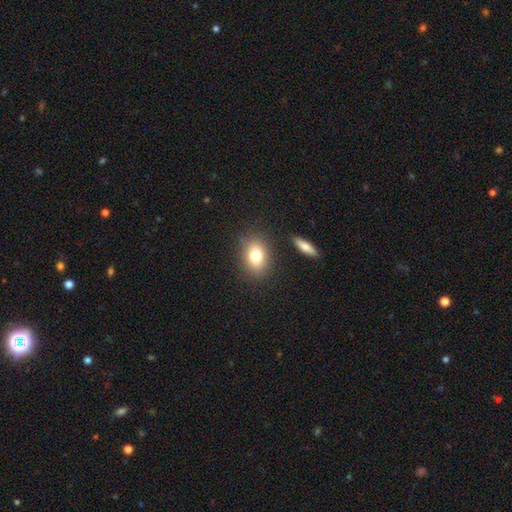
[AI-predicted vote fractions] Smooth or featured: smooth — 77% (featured or disk — 13%)
How rounded: in between — 72% (round — 26%)
Merging: none — 83% (minor disturbance — 9%)